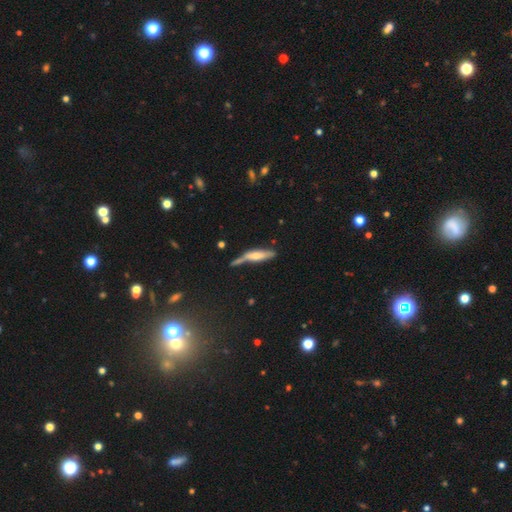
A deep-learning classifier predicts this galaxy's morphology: Overall: smooth (54%; featured or disk 39%). How rounded: cigar-shaped (74%). Merging: none (45%; minor disturbance 27%).